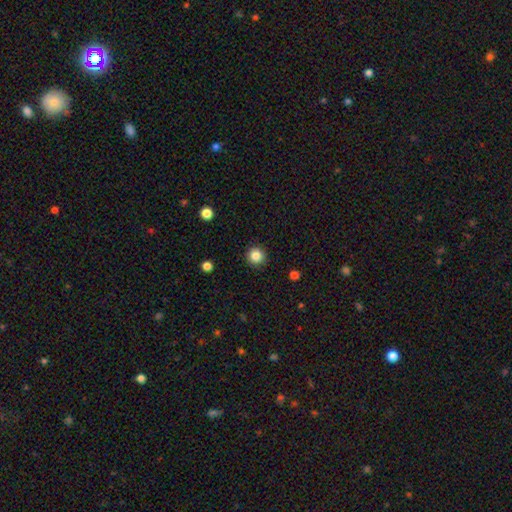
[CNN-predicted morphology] The model was most divided on "smooth or featured": smooth: 85%, star or artifact: 11%, featured or disk: 4%. More confident: how rounded — round (95%); merging — none (92%).